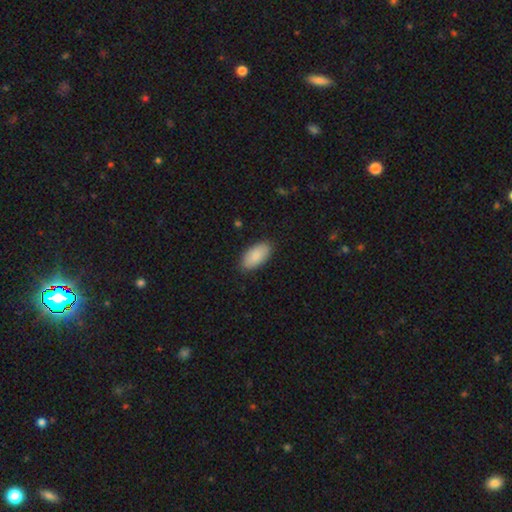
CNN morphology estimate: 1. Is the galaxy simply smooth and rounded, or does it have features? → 89% smooth, 6% star or artifact, 5% featured or disk.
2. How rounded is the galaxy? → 94% in between, 4% cigar-shaped, 2% round.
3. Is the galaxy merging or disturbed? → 87% none, 10% minor disturbance, 2% major disturbance, 1% merger.